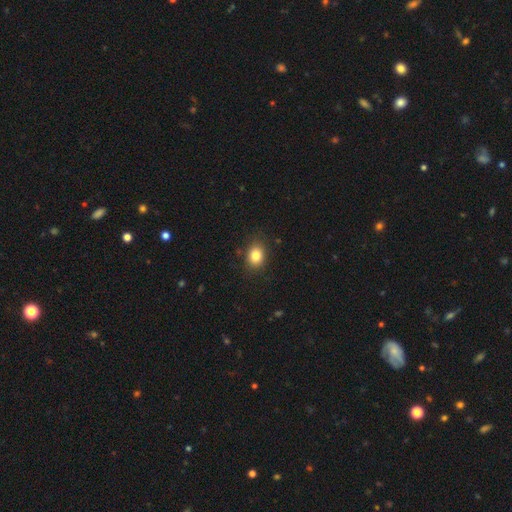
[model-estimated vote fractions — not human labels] smooth_or_featured: smooth (p=0.83) [alt: star or artifact p=0.10]
how_rounded: in between (p=0.58) [alt: round p=0.41]
merging: none (p=0.85) [alt: minor disturbance p=0.11]